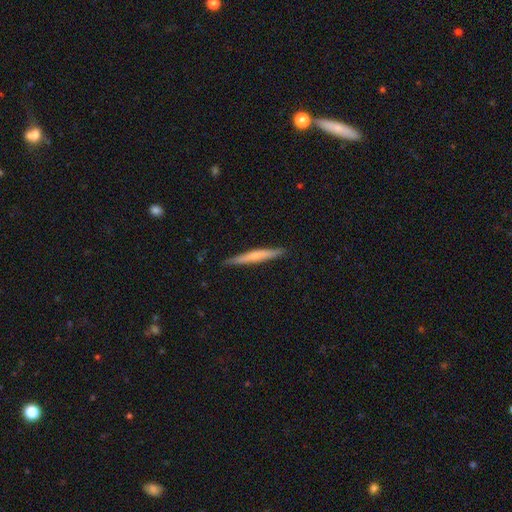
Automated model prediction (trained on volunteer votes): The model was most divided on "smooth or featured": smooth: 54%, featured or disk: 41%, star or artifact: 6%. More confident: how rounded — cigar-shaped (96%); merging — none (88%).